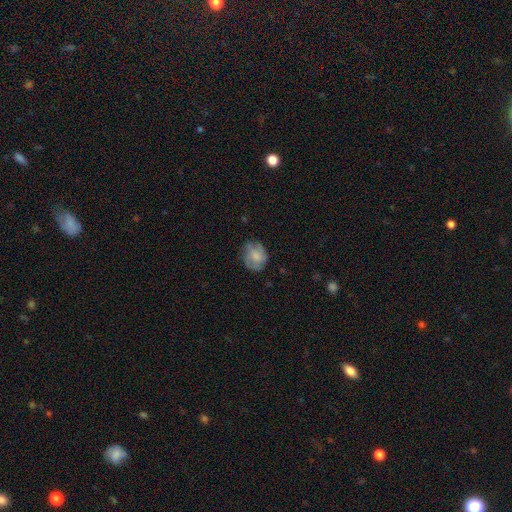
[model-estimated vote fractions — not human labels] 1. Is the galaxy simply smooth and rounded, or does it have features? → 64% smooth, 28% featured or disk, 8% star or artifact.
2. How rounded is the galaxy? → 62% round, 36% in between, 1% cigar-shaped.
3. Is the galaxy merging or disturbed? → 66% none, 24% minor disturbance, 9% major disturbance, 1% merger.